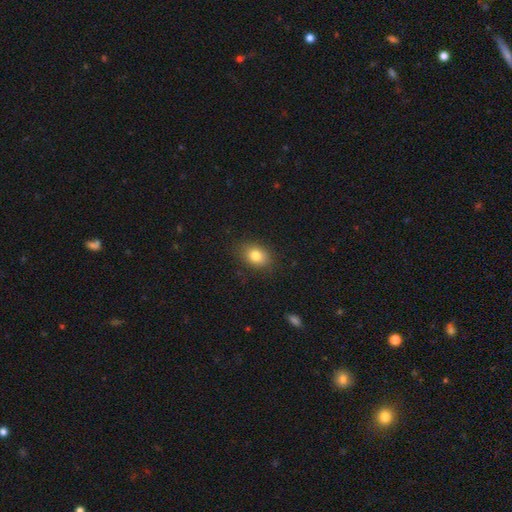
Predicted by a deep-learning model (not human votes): smooth-or-featured: smooth: 82% | star or artifact: 10% | featured or disk: 9%
  how-rounded: in between: 68% | round: 30% | cigar-shaped: 1%
  merging: none: 85% | minor disturbance: 11% | major disturbance: 3% | merger: 1%